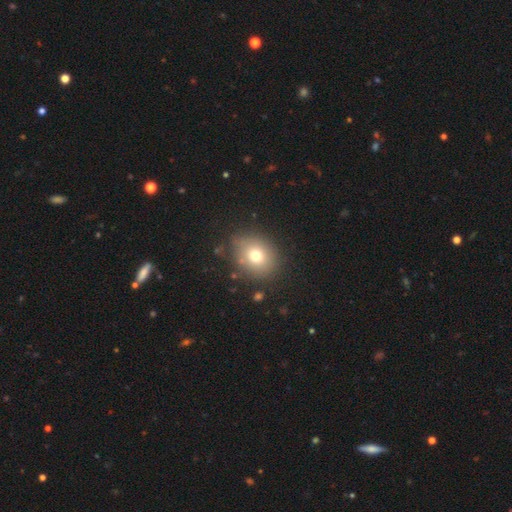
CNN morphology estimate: Q: Smooth or featured?
A: smooth (74%); runner-up: featured or disk (14%)
Q: How rounded?
A: round (59%); runner-up: in between (40%)
Q: Merging?
A: none (80%); runner-up: minor disturbance (12%)